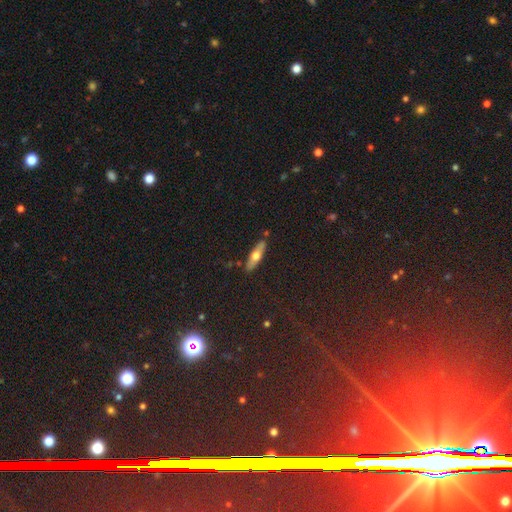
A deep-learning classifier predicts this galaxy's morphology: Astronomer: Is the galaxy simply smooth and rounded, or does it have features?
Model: smooth — 51% (runner-up: featured or disk, 42%).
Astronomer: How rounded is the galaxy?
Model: cigar-shaped — 61%.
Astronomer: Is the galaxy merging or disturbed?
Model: none — 85%.